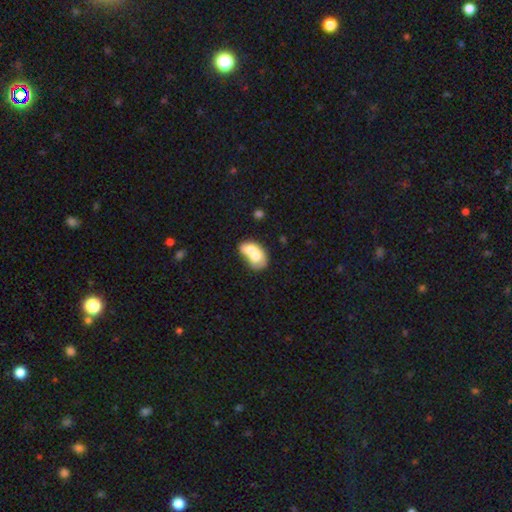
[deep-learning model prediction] This appears to be a smooth galaxy with no disk features (63%) that is in between round and cigar-shaped (75%). Merging: merger (75%).